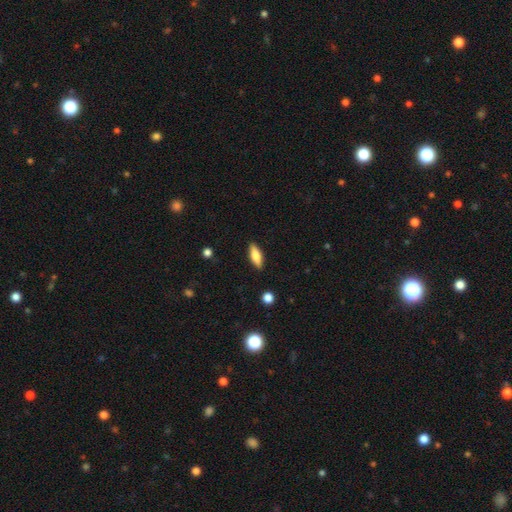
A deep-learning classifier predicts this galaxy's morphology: Smooth or featured?
  - smooth: 73% *
  - featured or disk: 21%
  - star or artifact: 7%
How rounded?
  - in between: 61% *
  - cigar-shaped: 36%
  - round: 2%
Merging?
  - none: 88% *
  - minor disturbance: 9%
  - major disturbance: 2%
  - merger: 1%